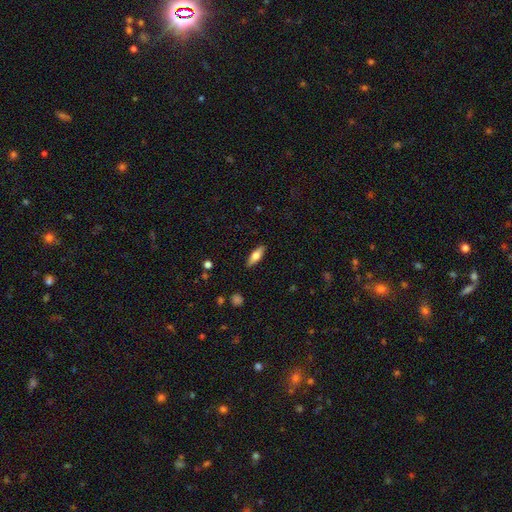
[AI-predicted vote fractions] Smooth or featured?
  - smooth: 66% *
  - featured or disk: 28%
  - star or artifact: 6%
How rounded?
  - in between: 57% *
  - cigar-shaped: 40%
  - round: 2%
Merging?
  - none: 88% *
  - minor disturbance: 9%
  - major disturbance: 2%
  - merger: 1%